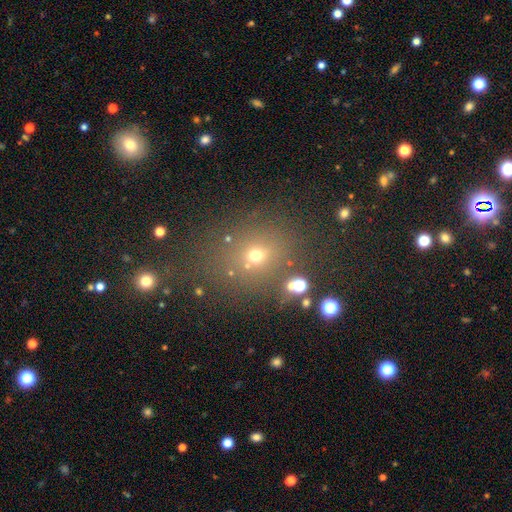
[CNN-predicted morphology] smooth 59%, star or artifact 28%, featured or disk 13%. Down the decision tree: how rounded — round (66%); merging — none (73%).